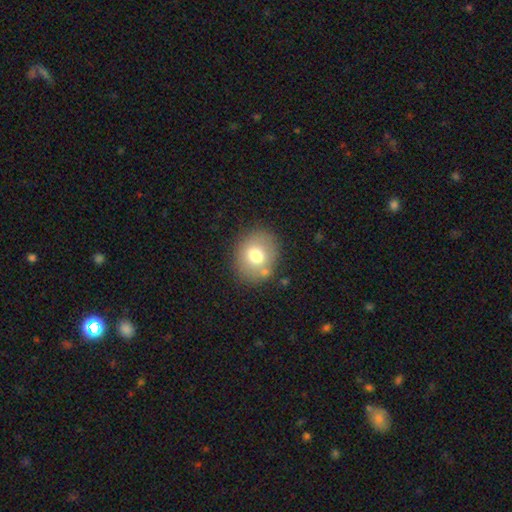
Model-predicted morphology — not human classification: A smooth galaxy with no disk features (72%) that is round (68%).

Vote fractions:
- Smooth or featured? smooth: 72% / featured or disk: 17% / star or artifact: 10%
- How rounded? round: 68% / in between: 31% / cigar-shaped: 1%
- Merging? none: 78% / minor disturbance: 12% / merger: 5% / major disturbance: 4%